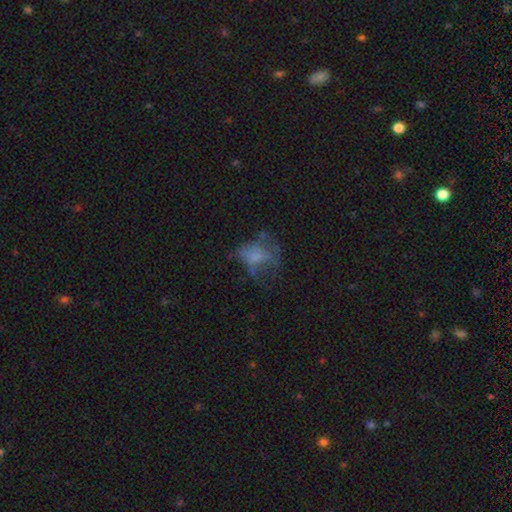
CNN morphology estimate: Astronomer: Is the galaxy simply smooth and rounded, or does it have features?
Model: smooth — 48% (runner-up: featured or disk, 36%).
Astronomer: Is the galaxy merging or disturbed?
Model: major disturbance — 41% (runner-up: none, 33%).